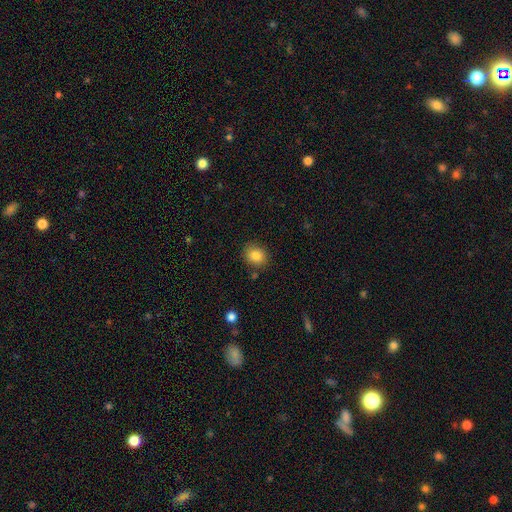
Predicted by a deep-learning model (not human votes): This is clearly a smooth galaxy (84%). How rounded: likely round (64%). Merging: clearly none (83%).